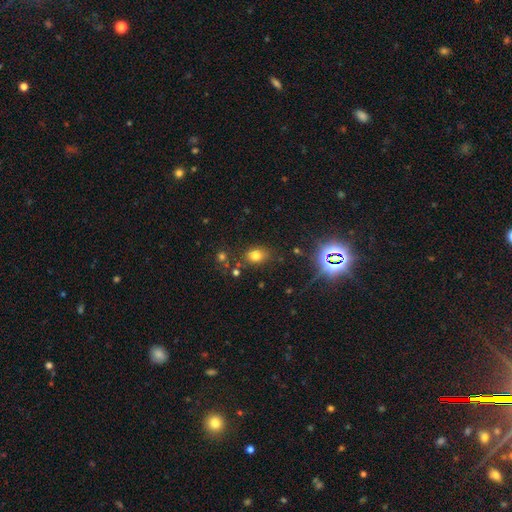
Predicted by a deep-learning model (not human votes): Morphology: type=smooth (72%); roundness=in between (61%); merging=none (79%).